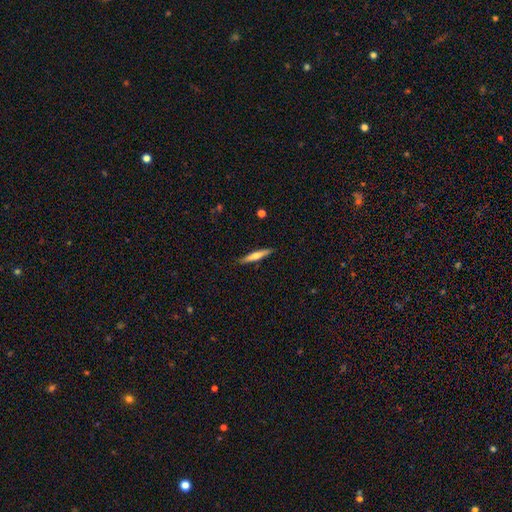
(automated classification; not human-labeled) smooth_or_featured: featured or disk (p=0.48) [alt: smooth p=0.47]
merging: none (p=0.89) [alt: minor disturbance p=0.08]